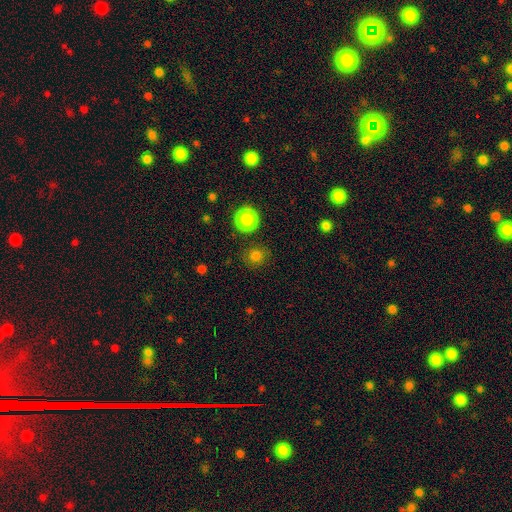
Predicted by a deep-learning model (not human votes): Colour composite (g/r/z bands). It shows a smooth galaxy with no disk features (79%) that is round (90%). Merging: none (84%).